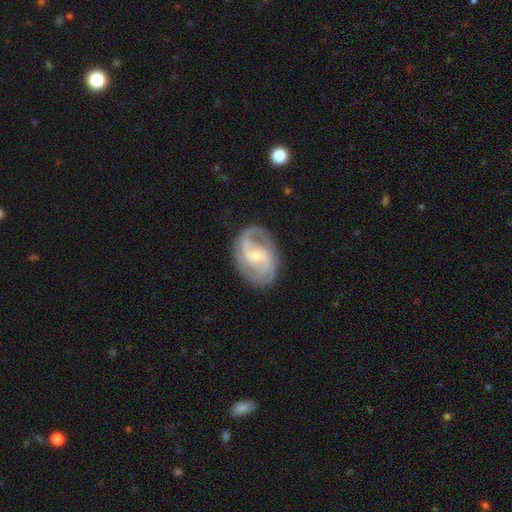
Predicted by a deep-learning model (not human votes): A featured or disk galaxy (87%) with a weak bar (51%), 2 (65%) medium (50%) spiral arms (96%) and a small central bulge (59%).

Vote fractions:
- Smooth or featured? featured or disk: 87% / smooth: 8% / star or artifact: 5%
- Edge-on disk? no: 97% / yes: 3%
- Bar? weak: 51% / no: 30% / strong: 19%
- Spiral arms? yes: 96% / no: 4%
- Spiral winding? medium: 50% / tight: 30% / loose: 20%
- Spiral arm count? 2: 65% / 3: 14% / can't tell: 11% / 1: 4% / 4: 3% / more than 4: 3%
- Bulge size? small: 59% / moderate: 37% / none: 2% / large: 2% / dominant: 1%
- Merging? none: 77% / minor disturbance: 16% / major disturbance: 6% / merger: 1%